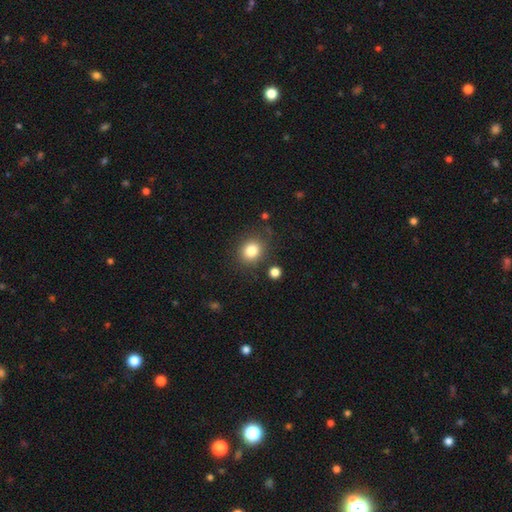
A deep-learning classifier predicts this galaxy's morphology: A smooth galaxy with no disk features (51%) that is round (77%).

Vote fractions:
- Smooth or featured? smooth: 51% / star or artifact: 40% / featured or disk: 9%
- How rounded? round: 77% / in between: 21% / cigar-shaped: 2%
- Merging? none: 76% / minor disturbance: 9% / merger: 9% / major disturbance: 5%